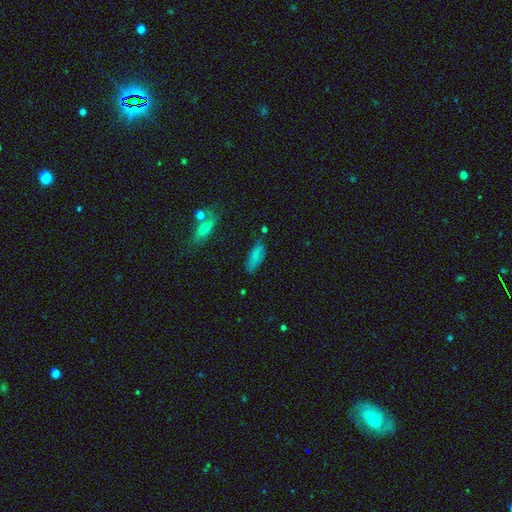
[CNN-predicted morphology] type=smooth (79%); roundness=in between (72%); merging=none (73%).